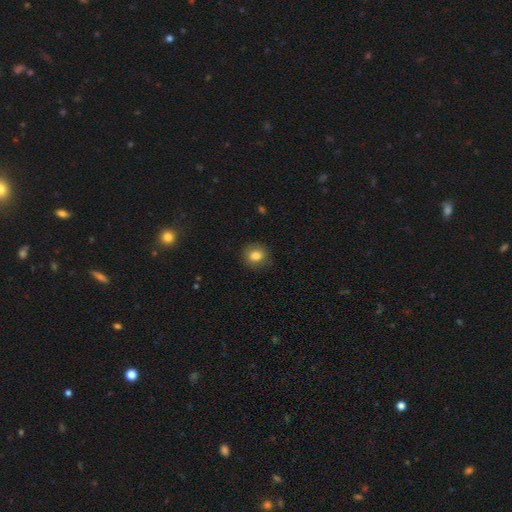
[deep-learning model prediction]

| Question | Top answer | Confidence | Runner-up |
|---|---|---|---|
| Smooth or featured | smooth | 81% | star or artifact (10%) |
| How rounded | round | 78% | in between (21%) |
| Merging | none | 84% | minor disturbance (12%) |